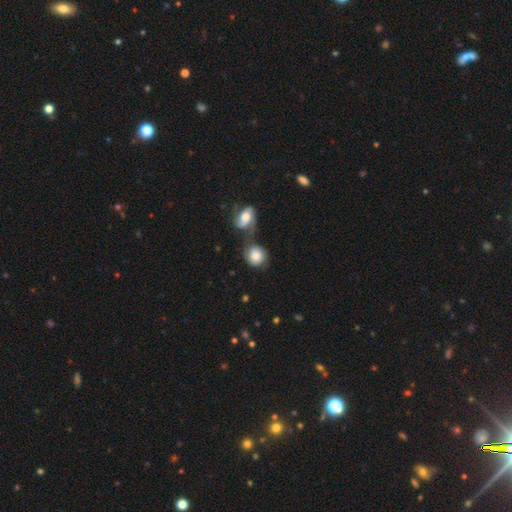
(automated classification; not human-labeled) A smooth galaxy with no disk features (63%) that is round (76%).

Vote fractions:
- Smooth or featured? smooth: 63% / featured or disk: 30% / star or artifact: 7%
- How rounded? round: 76% / in between: 23% / cigar-shaped: 1%
- Merging? merger: 43% / none: 36% / minor disturbance: 13% / major disturbance: 8%